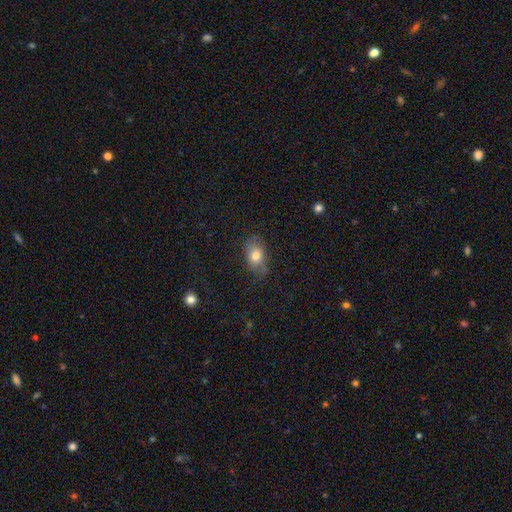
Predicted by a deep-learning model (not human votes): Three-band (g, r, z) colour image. It shows a smooth galaxy with no disk features (77%) that is in between round and cigar-shaped (79%). Merging: none (72%).